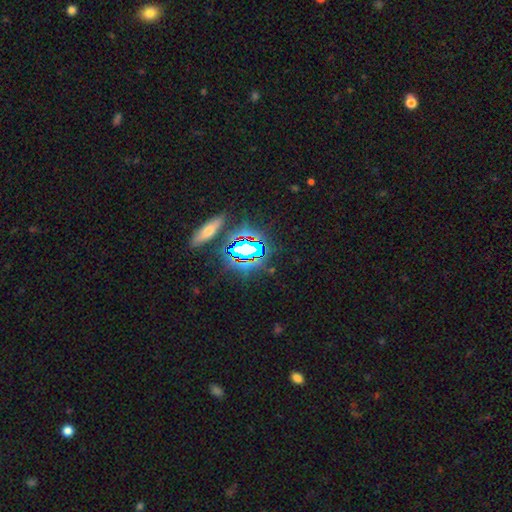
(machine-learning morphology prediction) This is likely a star or artifact rather than a galaxy (68%).